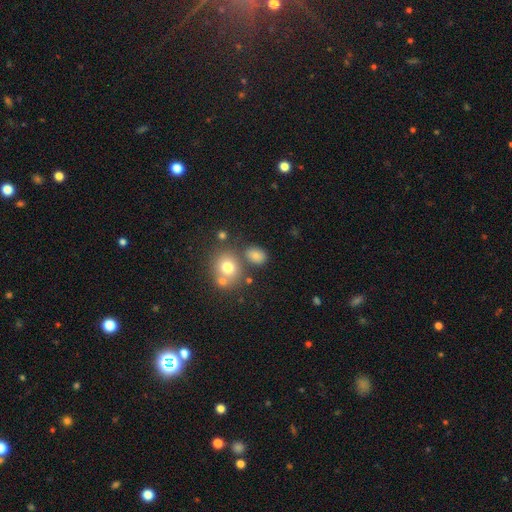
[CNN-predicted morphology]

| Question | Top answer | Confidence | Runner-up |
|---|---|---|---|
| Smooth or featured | smooth | 78% | star or artifact (14%) |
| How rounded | in between | 62% | round (36%) |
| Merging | none | 67% | merger (15%) |